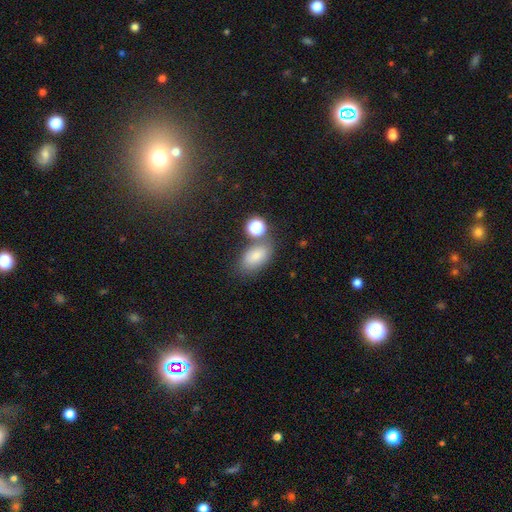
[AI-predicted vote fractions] A smooth galaxy with no disk features (81%) that is in between round and cigar-shaped (89%). Merging: none (63%).